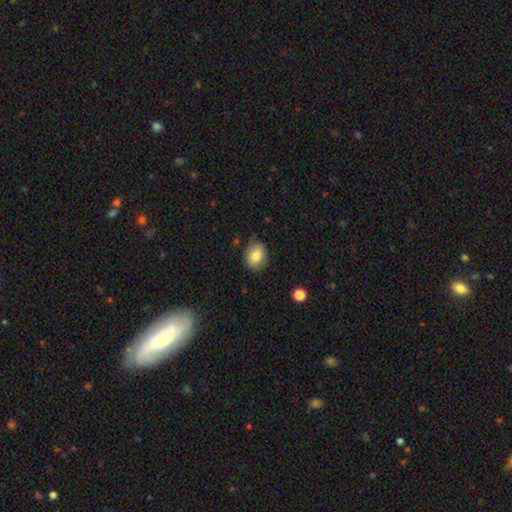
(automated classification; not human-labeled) Smooth or featured? smooth (79%)
How rounded? in between (59%)
Merging? none (74%)